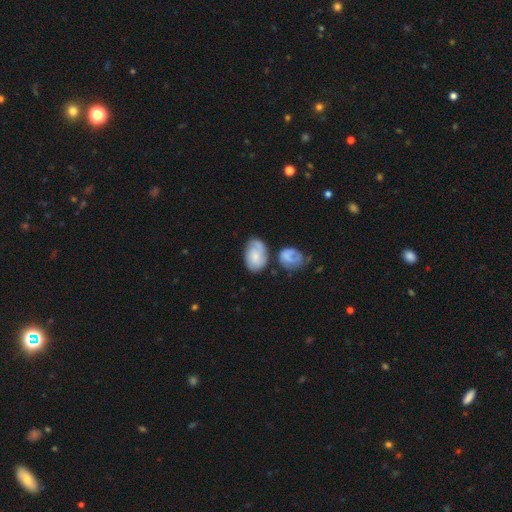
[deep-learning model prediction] smooth_or_featured: featured or disk (p=0.50) [alt: smooth p=0.43]
merging: none (p=0.50) [alt: merger p=0.21]